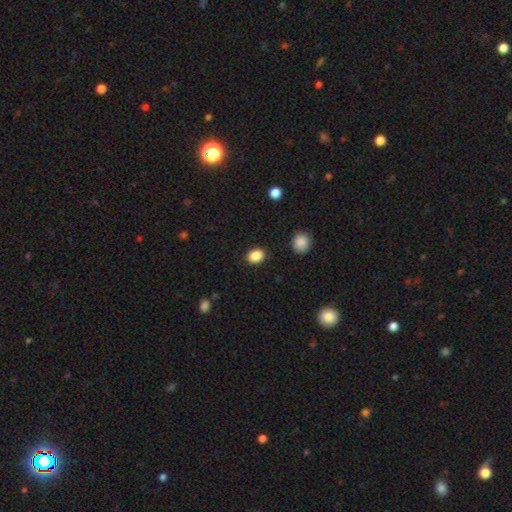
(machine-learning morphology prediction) Smooth or featured: smooth — 88% (star or artifact — 9%)
How rounded: in between — 60% (round — 39%)
Merging: none — 88% (minor disturbance — 8%)